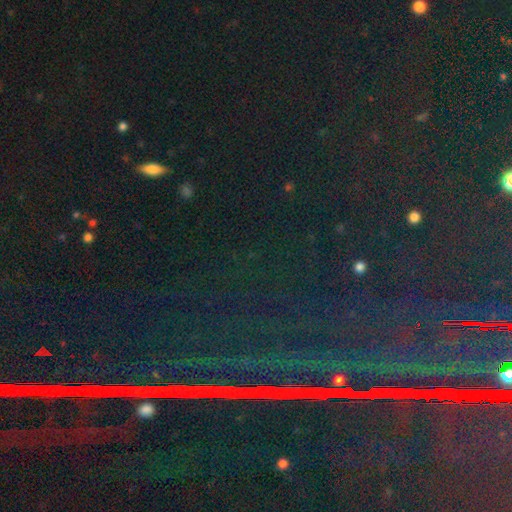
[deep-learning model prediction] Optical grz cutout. It shows a star or artifact, not a galaxy (84%).